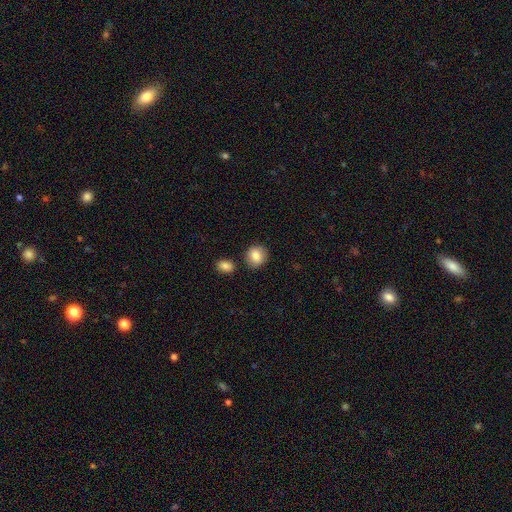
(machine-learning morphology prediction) The model was most divided on "how rounded": round: 80%, in between: 19%, cigar-shaped: 1%. More confident: smooth or featured — smooth (85%); merging — none (83%).